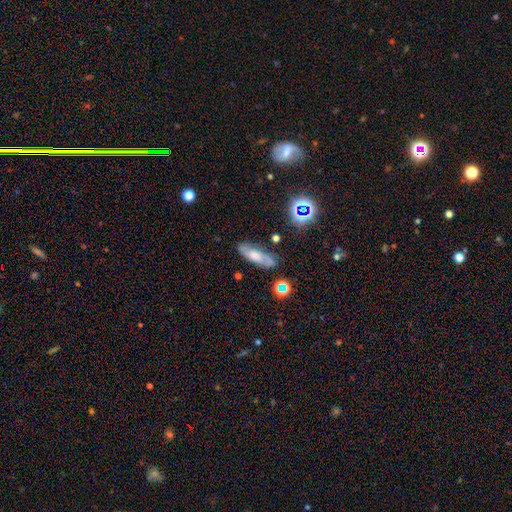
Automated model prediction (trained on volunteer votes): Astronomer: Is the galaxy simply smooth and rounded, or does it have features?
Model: smooth — 51% (runner-up: featured or disk, 36%).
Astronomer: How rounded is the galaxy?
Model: in between — 54% (runner-up: cigar-shaped, 42%).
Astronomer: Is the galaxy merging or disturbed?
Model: none — 72%.